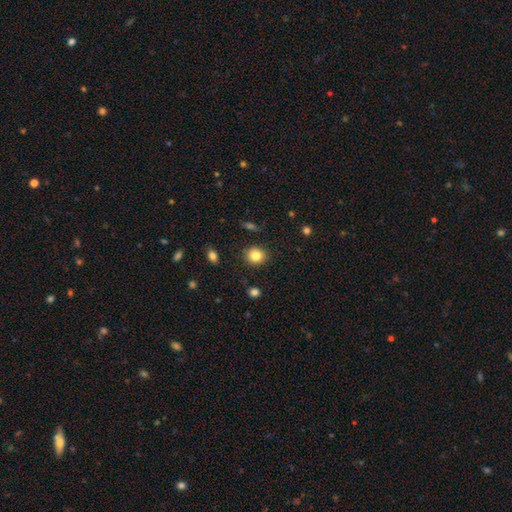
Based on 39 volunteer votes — A smooth galaxy with no disk features (77%) that is round (80%). Merging: none (97%).